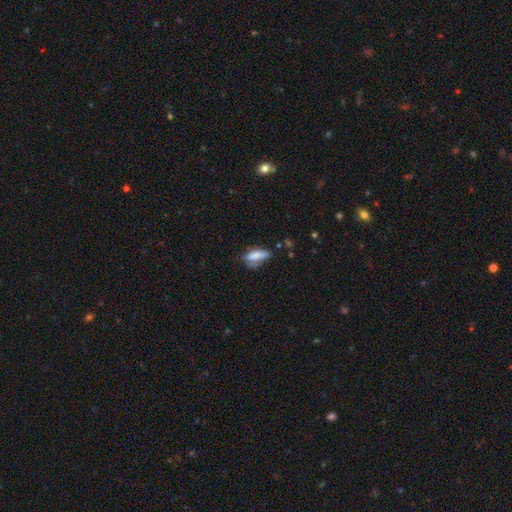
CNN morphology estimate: smooth-or-featured: smooth: 74% | featured or disk: 17% | star or artifact: 9%
  how-rounded: in between: 59% | cigar-shaped: 38% | round: 3%
  merging: none: 42% | minor disturbance: 30% | major disturbance: 16% | merger: 12%